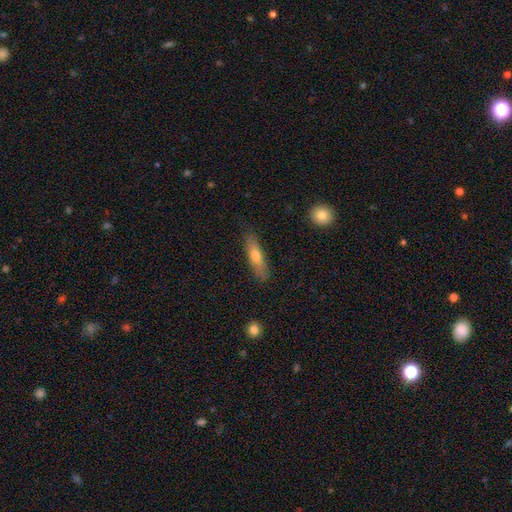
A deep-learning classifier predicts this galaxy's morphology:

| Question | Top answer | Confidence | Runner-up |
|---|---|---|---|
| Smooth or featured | smooth | 63% | featured or disk (31%) |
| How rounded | cigar-shaped | 68% | in between (30%) |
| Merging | none | 82% | minor disturbance (13%) |